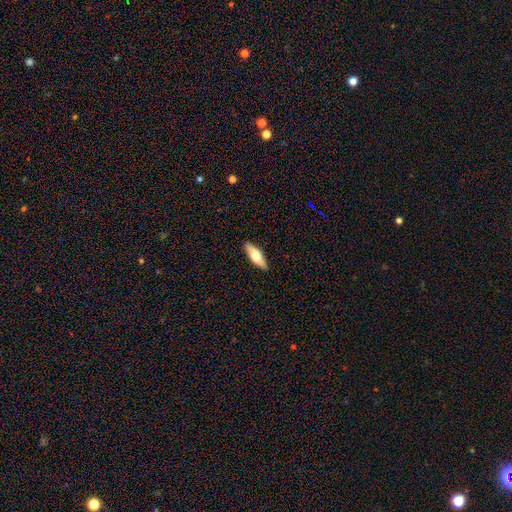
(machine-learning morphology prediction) type=smooth (63%); roundness=in between (58%); merging=none (89%).